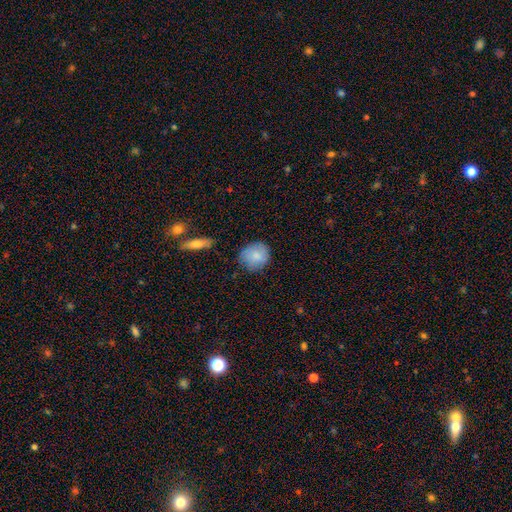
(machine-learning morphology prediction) Overall: smooth (84%). How rounded: round (88%). Merging: none (79%).